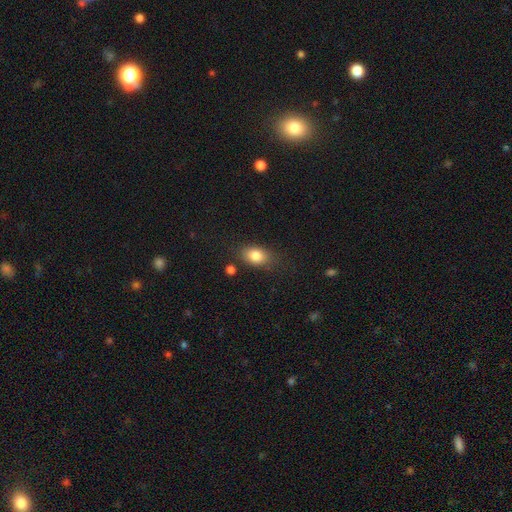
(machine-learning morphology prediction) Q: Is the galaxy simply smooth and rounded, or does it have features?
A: smooth — 83%.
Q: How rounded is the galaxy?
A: in between — 80%.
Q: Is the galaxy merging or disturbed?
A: none — 75%.